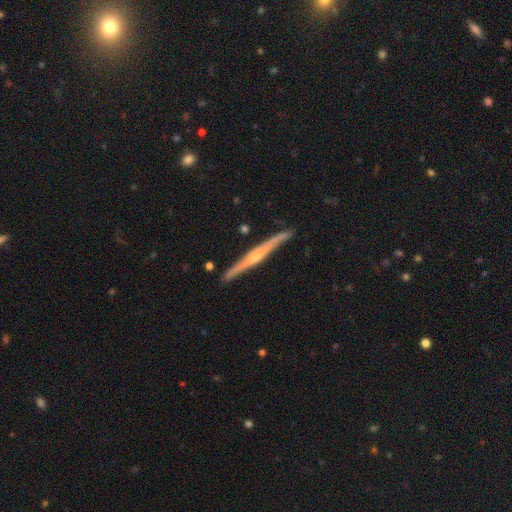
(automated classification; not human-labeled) Smooth or featured?
  - featured or disk: 75% *
  - smooth: 20%
  - star or artifact: 5%
Edge-on disk?
  - yes: 98% *
  - no: 2%
Edge-on bulge?
  - rounded: 68% *
  - none: 24%
  - boxy: 8%
Merging?
  - none: 89% *
  - minor disturbance: 9%
  - major disturbance: 1%
  - merger: 1%